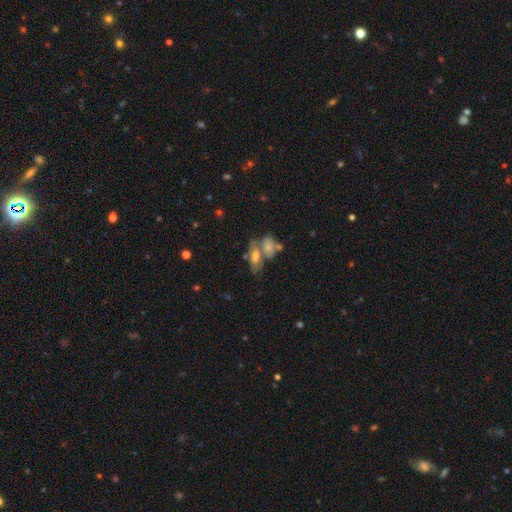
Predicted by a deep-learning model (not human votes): smooth_or_featured: smooth (p=0.50) [alt: featured or disk p=0.35]
merging: merger (p=0.51) [alt: none p=0.30]